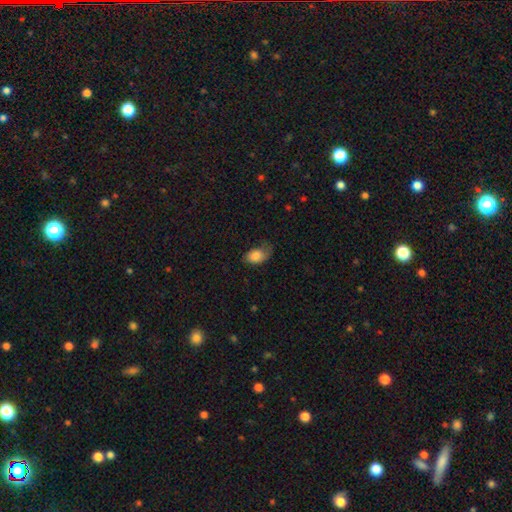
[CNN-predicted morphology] This appears to be a smooth galaxy with no disk features (76%) that is in between round and cigar-shaped (86%). Merging: none (44%).